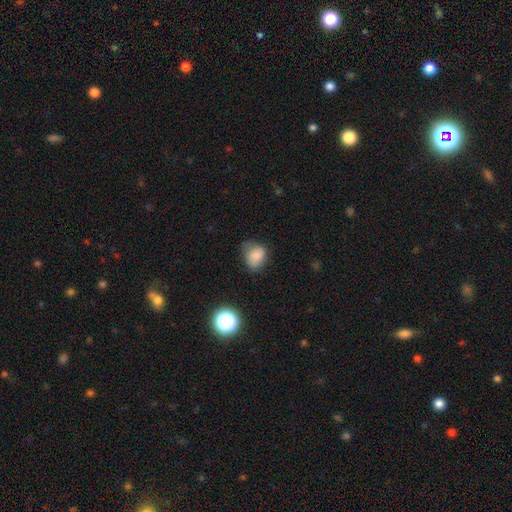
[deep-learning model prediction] Smooth or featured?
  - smooth: 79% *
  - star or artifact: 11%
  - featured or disk: 10%
How rounded?
  - in between: 50% *
  - round: 49%
  - cigar-shaped: 1%
Merging?
  - none: 46% *
  - minor disturbance: 38%
  - major disturbance: 14%
  - merger: 2%